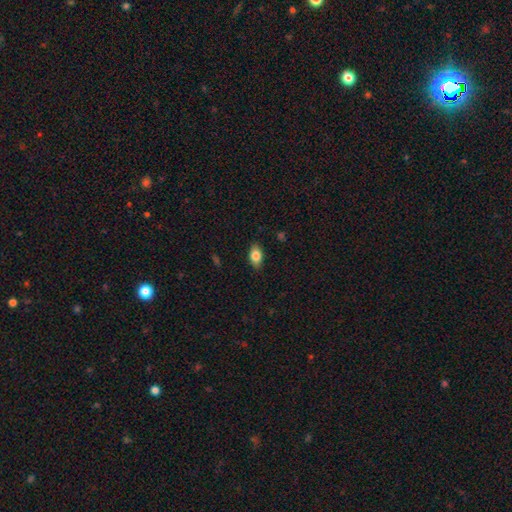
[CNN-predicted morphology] smooth_or_featured: smooth (p=0.82) [alt: featured or disk p=0.10]
how_rounded: in between (p=0.88) [alt: round p=0.09]
merging: none (p=0.86) [alt: minor disturbance p=0.11]